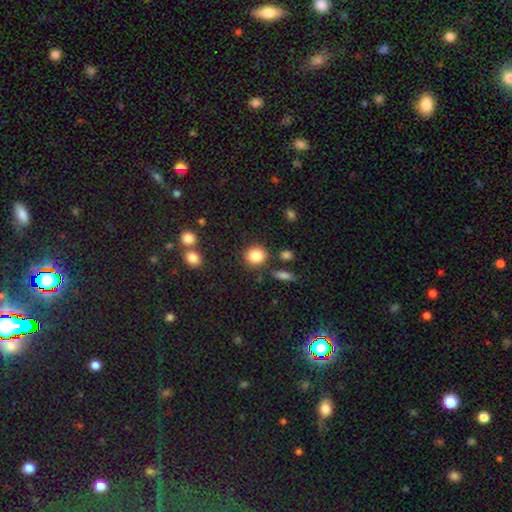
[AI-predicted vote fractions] Smooth or featured: smooth — 85% (star or artifact — 9%)
How rounded: round — 82% (in between — 17%)
Merging: none — 83% (minor disturbance — 9%)